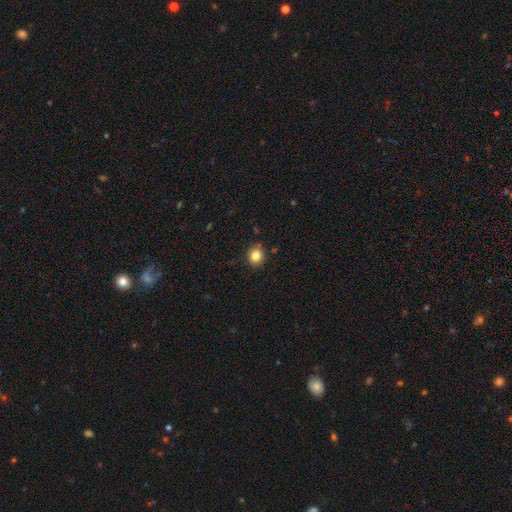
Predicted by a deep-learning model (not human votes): Smooth or featured? Predicted: smooth (p=0.83). How rounded? Predicted: round (p=0.79). Merging? Predicted: none (p=0.86).